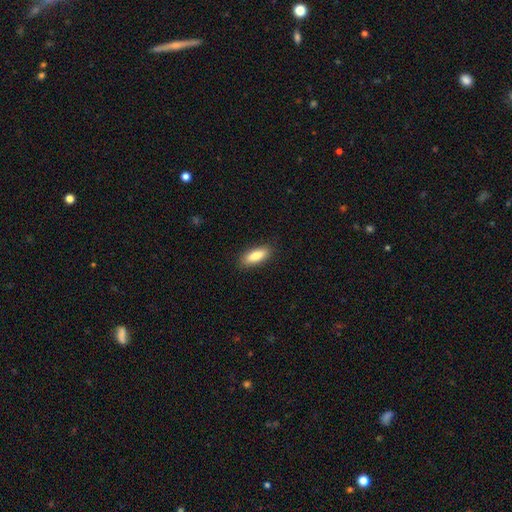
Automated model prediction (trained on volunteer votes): Smooth or featured: smooth — 85% (featured or disk — 9%)
How rounded: in between — 67% (cigar-shaped — 31%)
Merging: none — 88% (minor disturbance — 9%)